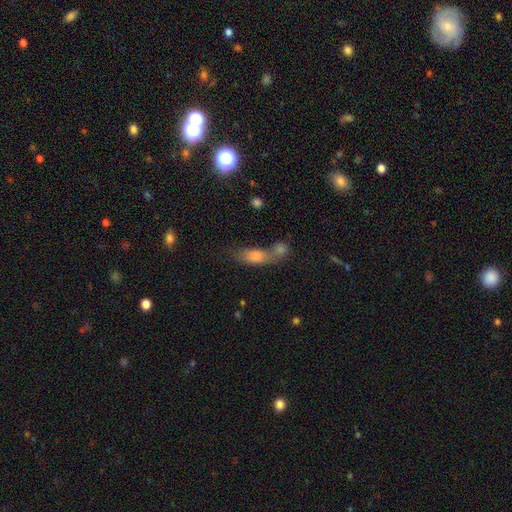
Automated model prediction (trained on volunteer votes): This is likely a smooth galaxy (69%). How rounded: likely in between (64%). Merging: possibly merger (53%).